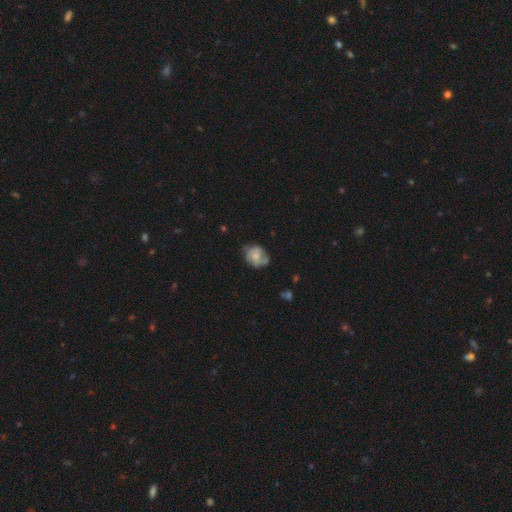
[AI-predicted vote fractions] The model was most divided on "bulge size": small: 43%, moderate: 38%, none: 13%, large: 4%, dominant: 1%. More confident: edge-on disk — no (97%); spiral arms — yes (75%); bar — no (72%); merging — none (58%); smooth or featured — featured or disk (53%).